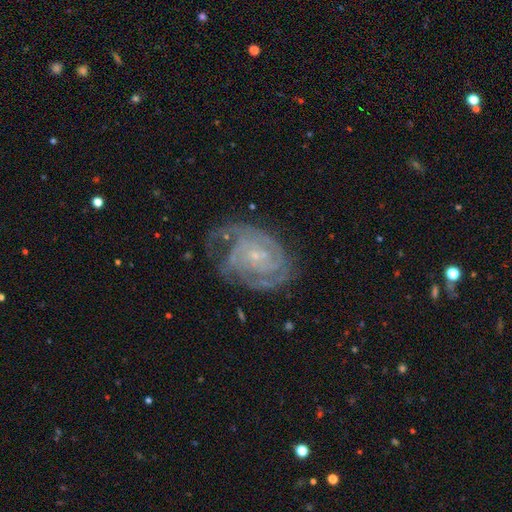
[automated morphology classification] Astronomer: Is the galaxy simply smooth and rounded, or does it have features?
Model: featured or disk — 86%.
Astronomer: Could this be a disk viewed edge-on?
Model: no — 97%.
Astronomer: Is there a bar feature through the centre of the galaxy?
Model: no — 67%.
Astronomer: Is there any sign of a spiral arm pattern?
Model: yes — 96%.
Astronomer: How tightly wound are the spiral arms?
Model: tight — 69%.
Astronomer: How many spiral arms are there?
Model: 2 — 27% (runner-up: can't tell, 26%).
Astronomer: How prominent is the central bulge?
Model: small — 80%.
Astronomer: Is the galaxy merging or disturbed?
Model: none — 65%.